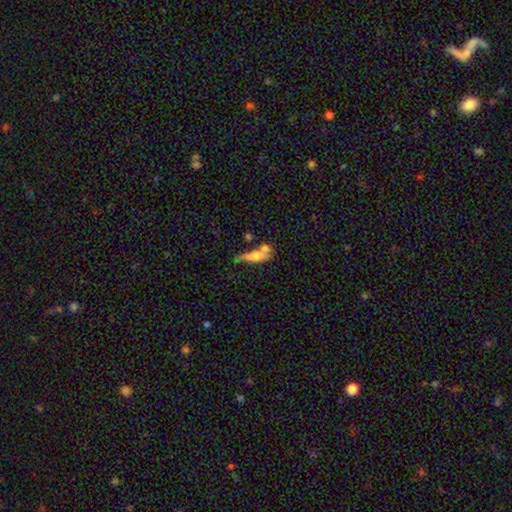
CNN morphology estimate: The model was most divided on "merging": merger: 38%, none: 33%, minor disturbance: 18%, major disturbance: 12%. More confident: how rounded — cigar-shaped (57%); smooth or featured — smooth (55%).